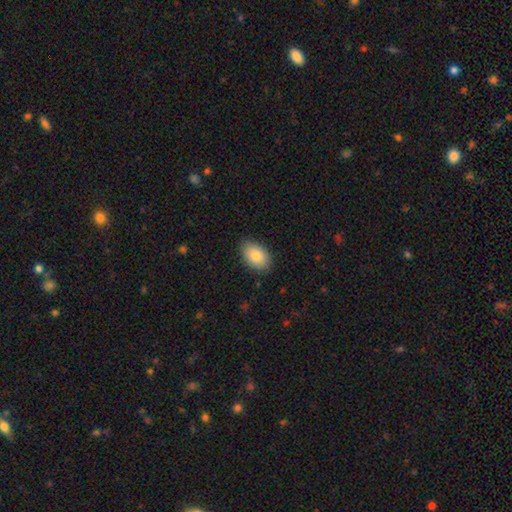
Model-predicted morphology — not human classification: This is clearly a smooth galaxy (85%). How rounded: clearly in between (90%). Merging: clearly none (85%).